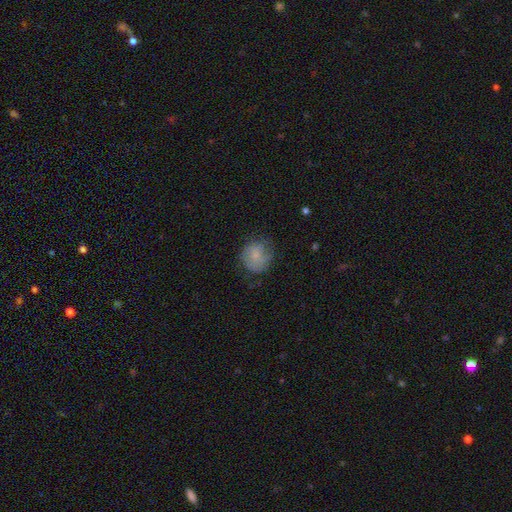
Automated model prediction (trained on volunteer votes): smooth 63%, featured or disk 29%, star or artifact 9%. Down the decision tree: how rounded — round (81%); merging — none (60%).